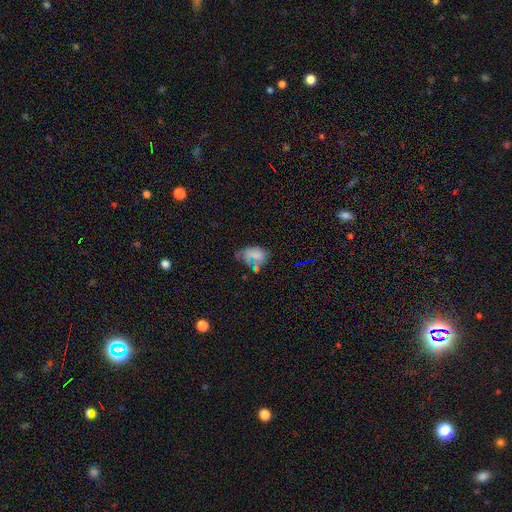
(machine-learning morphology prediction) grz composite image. It shows a smooth galaxy with no disk features (58%) that is in between round and cigar-shaped (82%). Merging: none (34%).